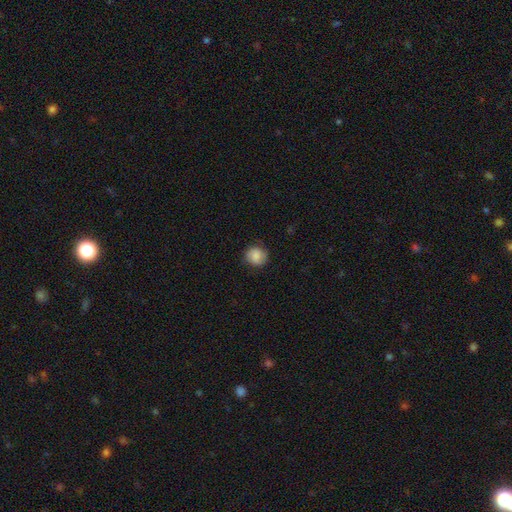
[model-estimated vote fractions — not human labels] The model was most divided on "merging": none: 81%, minor disturbance: 15%, major disturbance: 4%, merger: 1%. More confident: how rounded — round (86%); smooth or featured — smooth (82%).